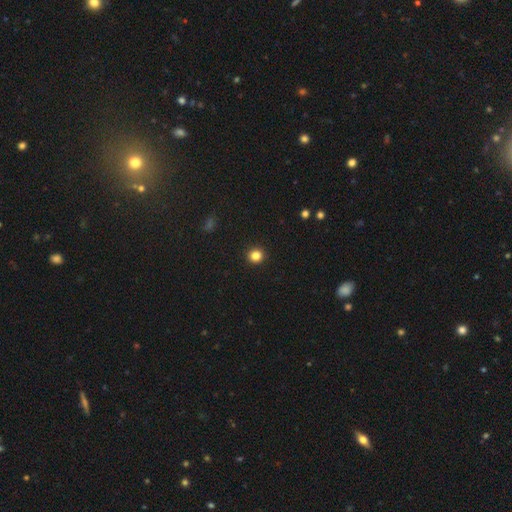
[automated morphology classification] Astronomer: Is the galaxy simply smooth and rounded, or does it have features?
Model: smooth — 83%.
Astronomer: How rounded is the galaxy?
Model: round — 93%.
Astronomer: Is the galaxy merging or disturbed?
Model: none — 94%.